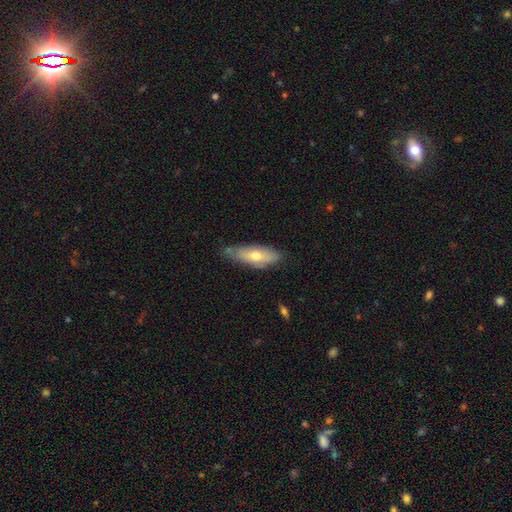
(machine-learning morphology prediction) smooth-or-featured: smooth: 61% | featured or disk: 33% | star or artifact: 6%
  how-rounded: in between: 61% | cigar-shaped: 37% | round: 2%
  merging: none: 64% | minor disturbance: 27% | major disturbance: 5% | merger: 4%